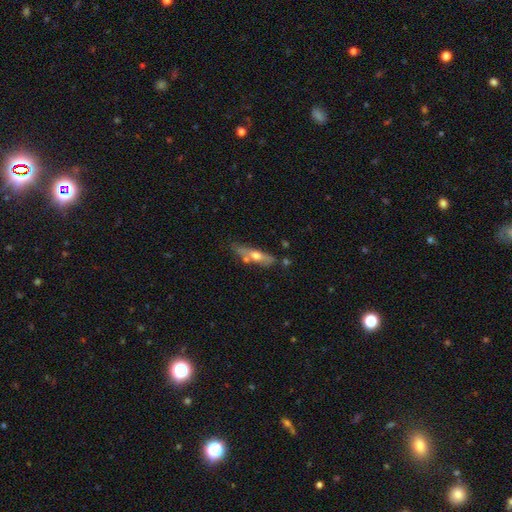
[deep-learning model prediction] Smooth or featured?
  - featured or disk: 48% *
  - smooth: 46%
  - star or artifact: 6%
Merging?
  - none: 61% *
  - minor disturbance: 20%
  - merger: 14%
  - major disturbance: 6%